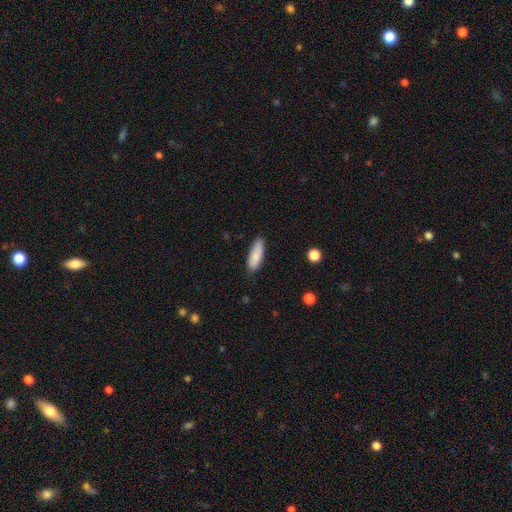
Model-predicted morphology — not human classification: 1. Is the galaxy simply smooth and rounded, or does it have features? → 86% smooth, 8% featured or disk, 6% star or artifact.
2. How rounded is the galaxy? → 58% in between, 40% cigar-shaped, 2% round.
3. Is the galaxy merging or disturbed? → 81% none, 15% minor disturbance, 3% major disturbance, 1% merger.